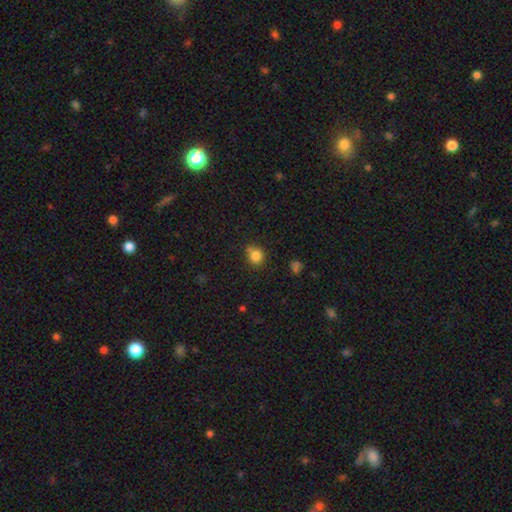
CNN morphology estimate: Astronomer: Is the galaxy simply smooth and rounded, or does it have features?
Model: smooth — 82%.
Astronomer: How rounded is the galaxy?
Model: round — 78%.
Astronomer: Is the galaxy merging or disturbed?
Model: none — 65%.